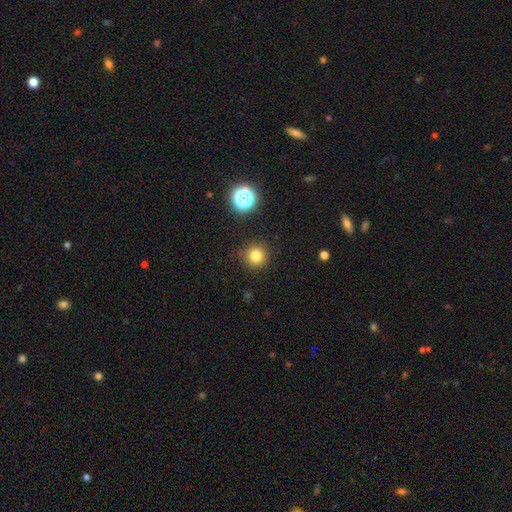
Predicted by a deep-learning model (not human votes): smooth_or_featured: smooth (p=0.80) [alt: star or artifact p=0.14]
how_rounded: round (p=0.95) [alt: in between p=0.04]
merging: none (p=0.89) [alt: minor disturbance p=0.07]